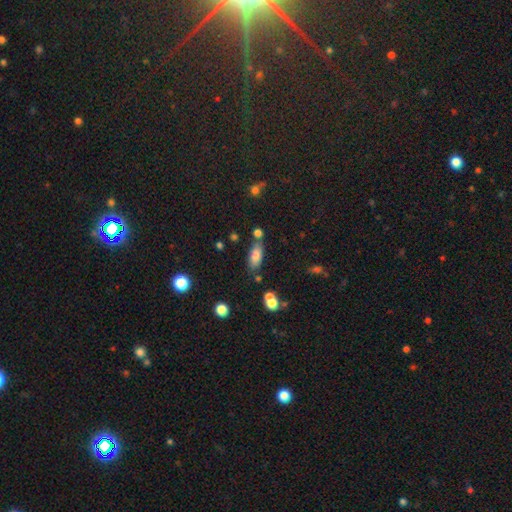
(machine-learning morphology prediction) Q: Smooth or featured?
A: smooth (81%); runner-up: featured or disk (10%)
Q: How rounded?
A: in between (81%); runner-up: cigar-shaped (16%)
Q: Merging?
A: none (70%); runner-up: minor disturbance (14%)